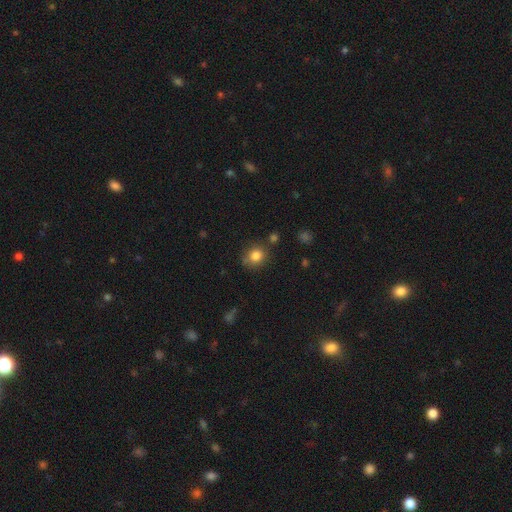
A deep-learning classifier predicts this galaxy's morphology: Overall: smooth (83%). How rounded: round (77%). Merging: none (77%).